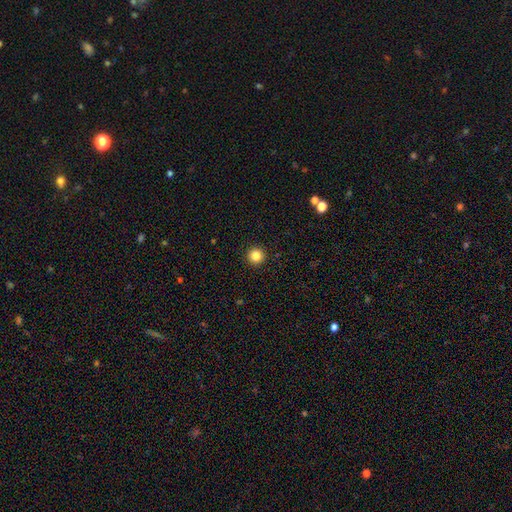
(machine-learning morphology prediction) Q: Smooth or featured?
A: smooth (85%); runner-up: star or artifact (11%)
Q: How rounded?
A: round (96%); runner-up: in between (3%)
Q: Merging?
A: none (94%); runner-up: minor disturbance (4%)